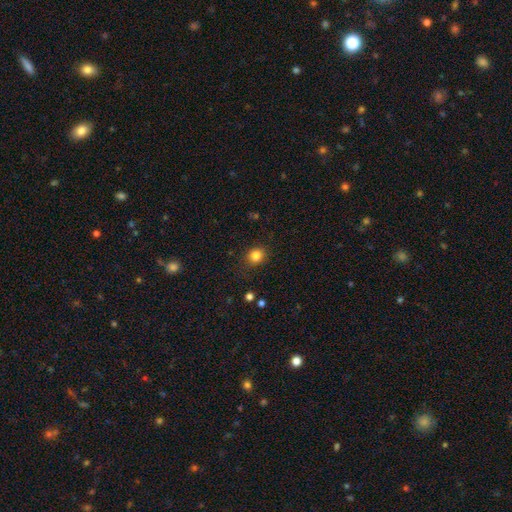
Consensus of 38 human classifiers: Overall: smooth (92%). How rounded: round (86%). Merging: none (86%).